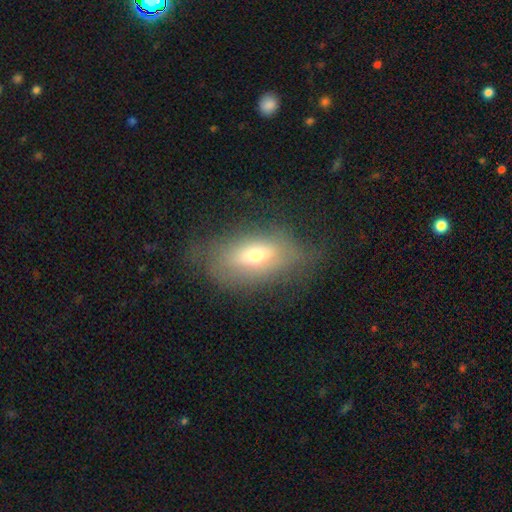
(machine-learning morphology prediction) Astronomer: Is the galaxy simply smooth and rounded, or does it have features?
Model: smooth — 58%.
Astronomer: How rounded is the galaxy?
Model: in between — 84%.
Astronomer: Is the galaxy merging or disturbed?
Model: none — 58%.